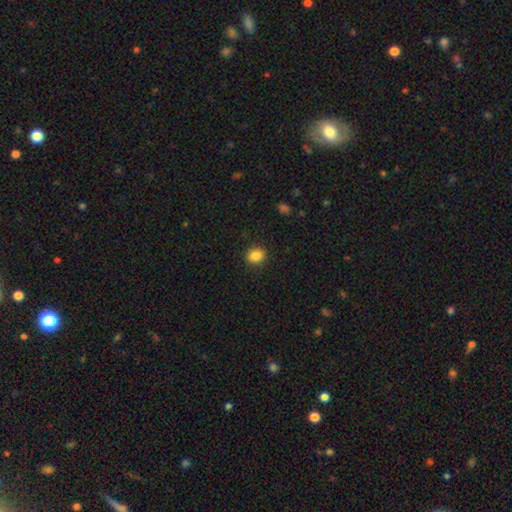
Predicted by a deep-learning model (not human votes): Overall: smooth (86%). How rounded: round (80%). Merging: none (91%).